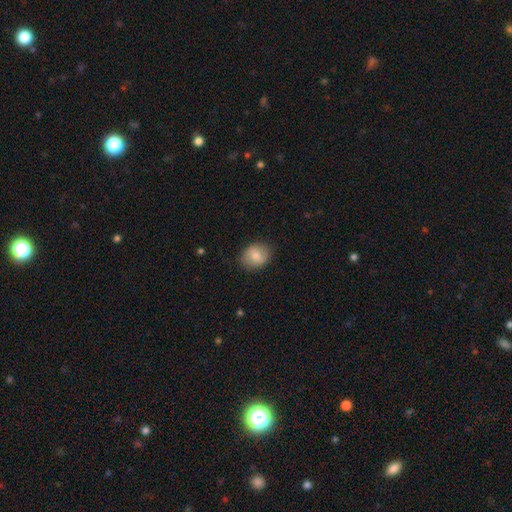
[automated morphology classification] A smooth galaxy with no disk features (78%) that is round (57%).

Vote fractions:
- Smooth or featured? smooth: 78% / featured or disk: 15% / star or artifact: 7%
- How rounded? round: 57% / in between: 42% / cigar-shaped: 1%
- Merging? none: 83% / minor disturbance: 13% / major disturbance: 3% / merger: 1%